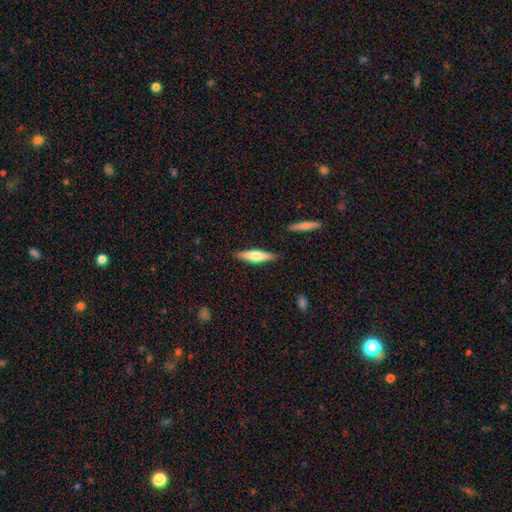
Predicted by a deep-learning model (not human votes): Q: Smooth or featured?
A: smooth (51%); runner-up: featured or disk (44%)
Q: How rounded?
A: cigar-shaped (75%); runner-up: in between (23%)
Q: Merging?
A: none (88%); runner-up: minor disturbance (9%)